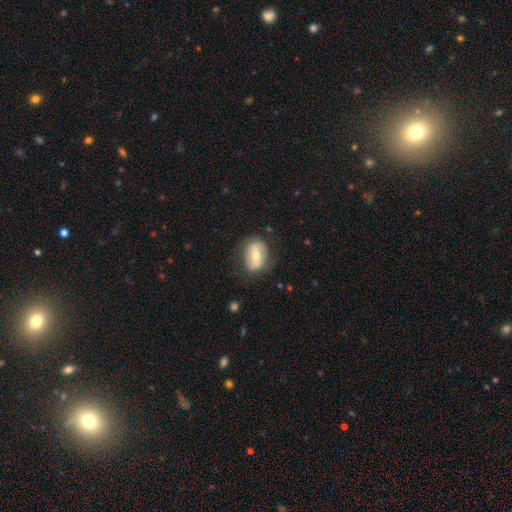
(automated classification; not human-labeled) smooth_or_featured: featured or disk (p=0.52) [alt: smooth p=0.42]
disk_edge_on: no (p=0.88) [alt: yes p=0.12]
merging: none (p=0.74) [alt: minor disturbance p=0.18]